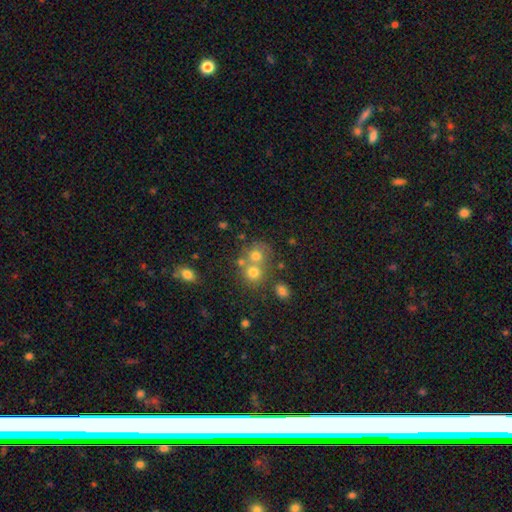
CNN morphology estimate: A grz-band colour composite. It shows a smooth galaxy with no disk features (67%) that is round (77%). Merging: merger (48%).